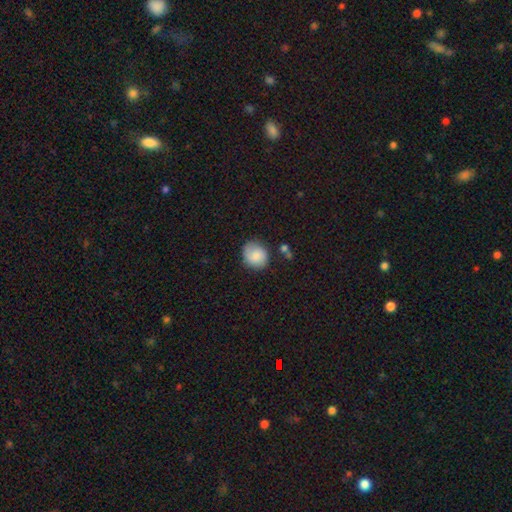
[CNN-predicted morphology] This is likely a smooth galaxy (77%). How rounded: likely round (73%). Merging: likely none (72%).